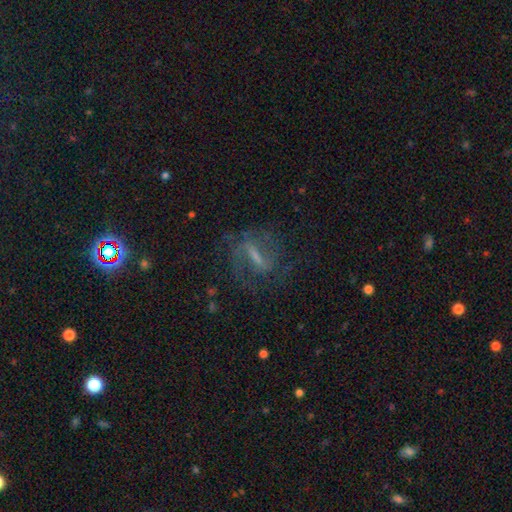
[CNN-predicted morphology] Smooth or featured: featured or disk — 68% (smooth — 19%)
Edge-on disk: no — 88% (yes — 12%)
Bar: strong — 52% (weak — 36%)
Spiral arms: yes — 82% (no — 18%)
Bulge size: small — 36% (none — 29%)
Merging: none — 64% (major disturbance — 17%)